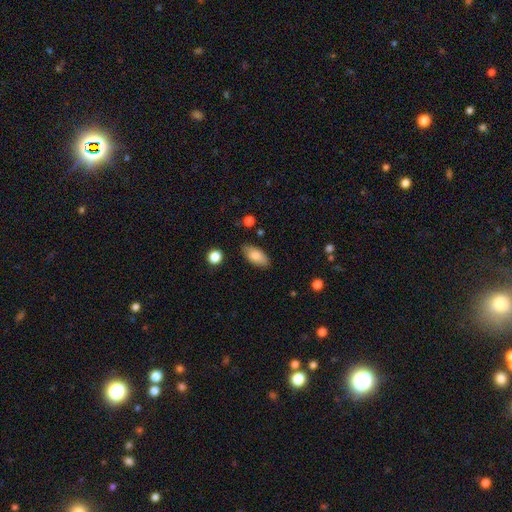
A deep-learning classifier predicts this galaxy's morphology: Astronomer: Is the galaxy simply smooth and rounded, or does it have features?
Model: smooth — 82%.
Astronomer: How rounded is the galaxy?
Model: in between — 91%.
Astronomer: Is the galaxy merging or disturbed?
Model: none — 82%.